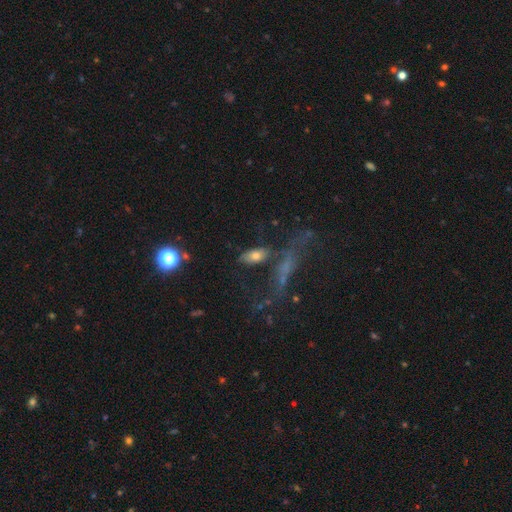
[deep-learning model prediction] Smooth or featured? Predicted: smooth (p=0.57). How rounded? Predicted: in between (p=0.73). Merging? Predicted: none (p=0.51).